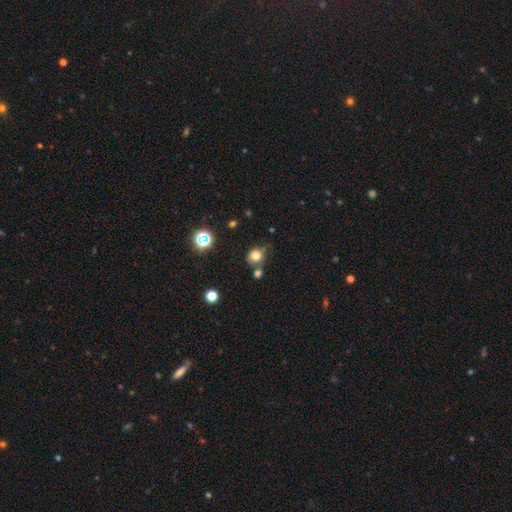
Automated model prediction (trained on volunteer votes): A smooth galaxy with no disk features (78%) that is round (81%). Merging: none (67%).